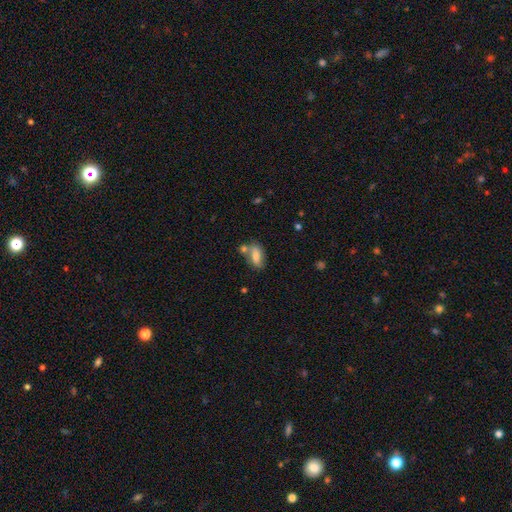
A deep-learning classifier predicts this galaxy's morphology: smooth_or_featured: smooth (p=0.66) [alt: featured or disk p=0.26]
how_rounded: in between (p=0.80) [alt: cigar-shaped p=0.14]
merging: none (p=0.56) [alt: merger p=0.22]